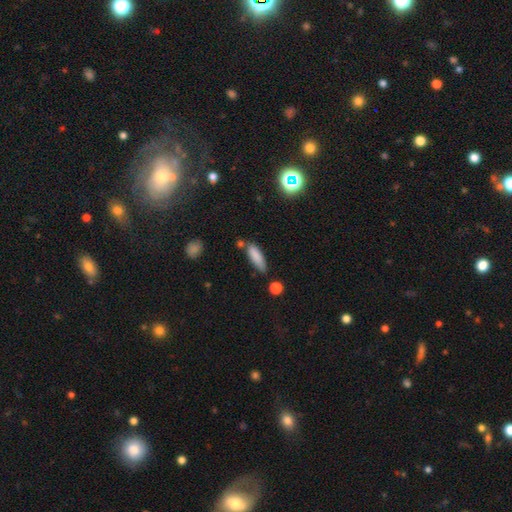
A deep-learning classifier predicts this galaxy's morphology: This is clearly a smooth galaxy (84%). How rounded: possibly in between (52%). Merging: likely none (66%).